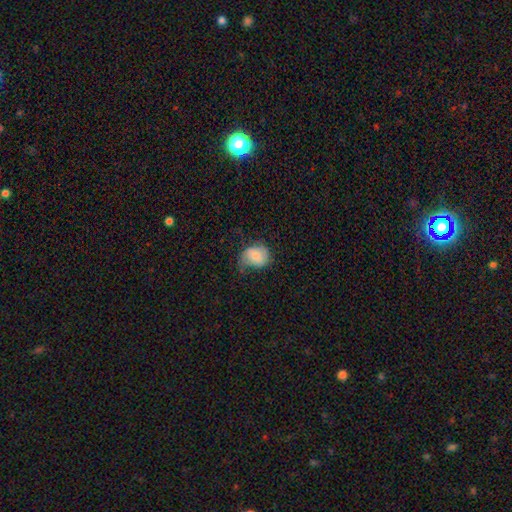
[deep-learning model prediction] Overall: smooth (73%). How rounded: round (50%; in between 49%). Merging: none (42%; minor disturbance 36%).